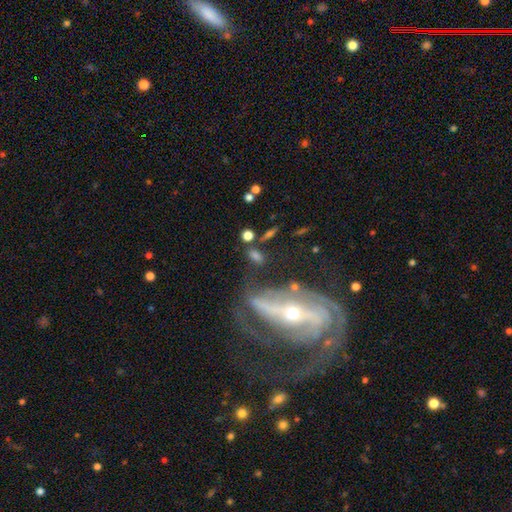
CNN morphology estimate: A smooth galaxy with no disk features (47%).

Vote fractions:
- Smooth or featured? smooth: 47% / featured or disk: 38% / star or artifact: 16%
- Merging? none: 60% / minor disturbance: 17% / merger: 11% / major disturbance: 11%